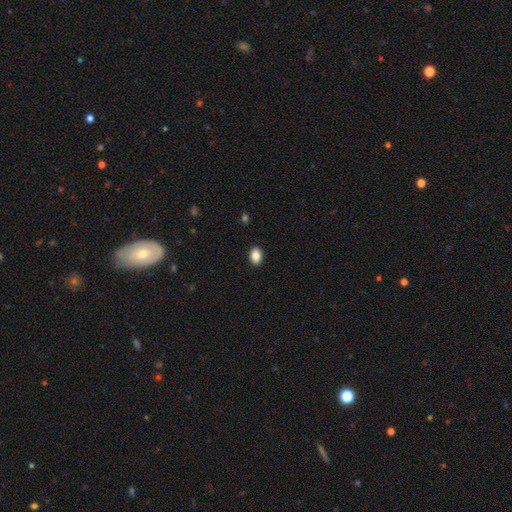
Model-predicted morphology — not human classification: This appears to be a smooth galaxy with no disk features (87%) that is in between round and cigar-shaped (82%). Merging: none (90%).